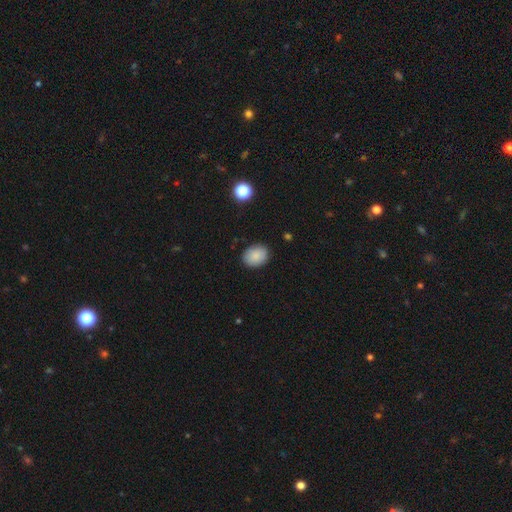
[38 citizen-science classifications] smooth 92%, star or artifact 5%, featured or disk 3%. Down the decision tree: how rounded — in between (57%); merging — none (92%).